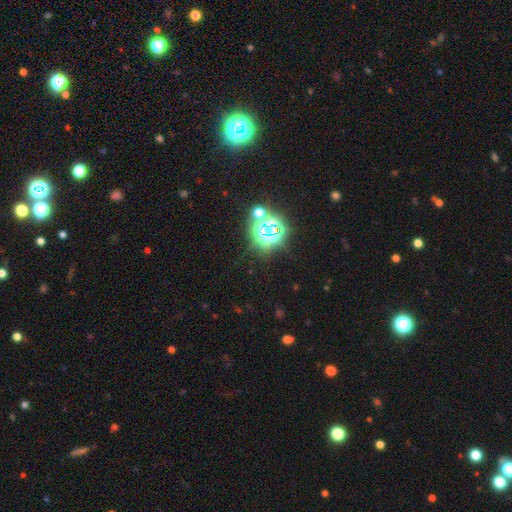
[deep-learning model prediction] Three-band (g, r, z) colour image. It shows a star or artifact, not a galaxy (78%).